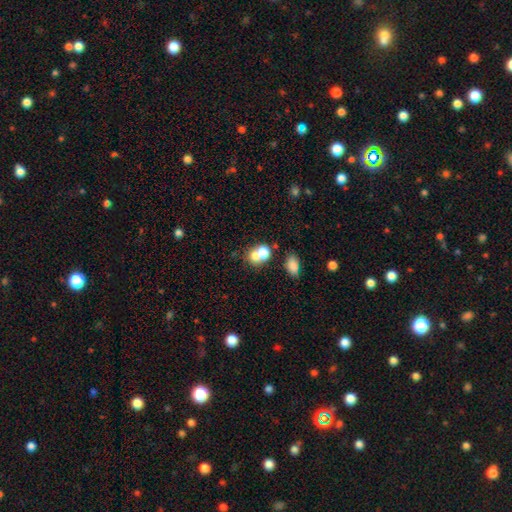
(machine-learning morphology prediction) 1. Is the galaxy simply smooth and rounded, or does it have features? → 70% smooth, 18% featured or disk, 11% star or artifact.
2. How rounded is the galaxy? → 61% round, 38% in between, 1% cigar-shaped.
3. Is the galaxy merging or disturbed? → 61% merger, 29% none, 7% minor disturbance, 4% major disturbance.